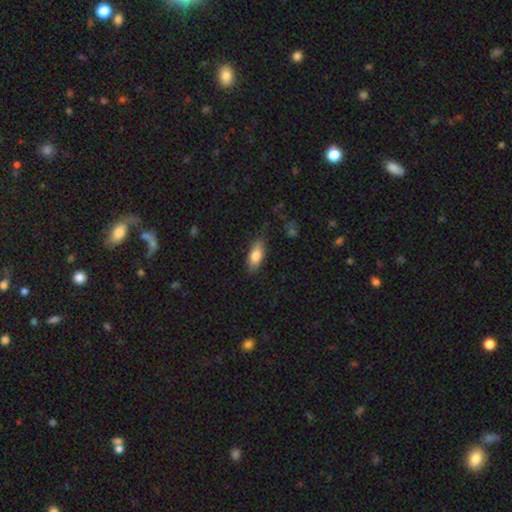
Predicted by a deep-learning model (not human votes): smooth_or_featured: smooth (p=0.79) [alt: featured or disk p=0.14]
how_rounded: in between (p=0.77) [alt: cigar-shaped p=0.20]
merging: none (p=0.79) [alt: minor disturbance p=0.16]